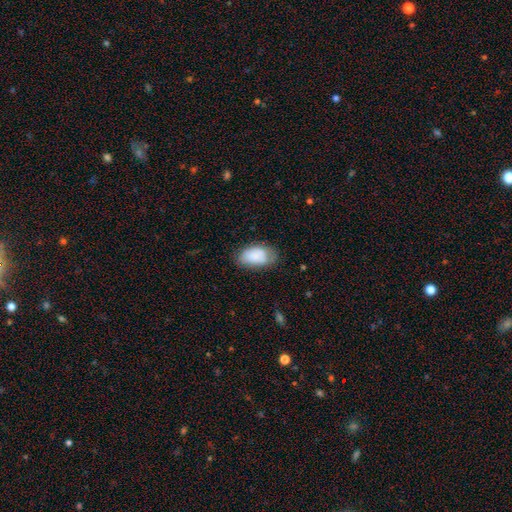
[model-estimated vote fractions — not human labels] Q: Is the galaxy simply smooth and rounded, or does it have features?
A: smooth — 84%.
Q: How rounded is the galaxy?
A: in between — 93%.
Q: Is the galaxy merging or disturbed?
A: none — 67%.